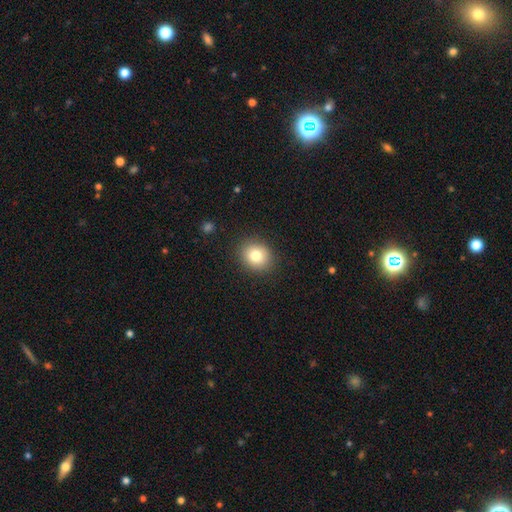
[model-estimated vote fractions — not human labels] Q: Smooth or featured?
A: smooth (80%); runner-up: star or artifact (11%)
Q: How rounded?
A: round (71%); runner-up: in between (29%)
Q: Merging?
A: none (89%); runner-up: minor disturbance (8%)